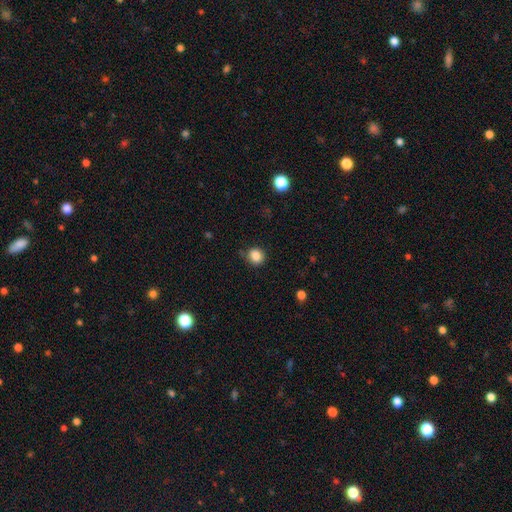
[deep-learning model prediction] Morphology: type=smooth (86%); roundness=round (82%); merging=none (76%).